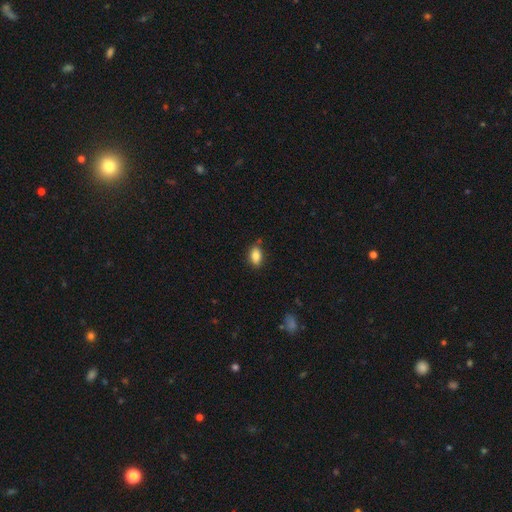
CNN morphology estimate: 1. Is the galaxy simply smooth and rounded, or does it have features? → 84% smooth, 8% star or artifact, 8% featured or disk.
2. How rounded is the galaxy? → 89% in between, 8% round, 3% cigar-shaped.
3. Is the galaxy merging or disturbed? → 78% none, 16% minor disturbance, 3% major disturbance, 3% merger.